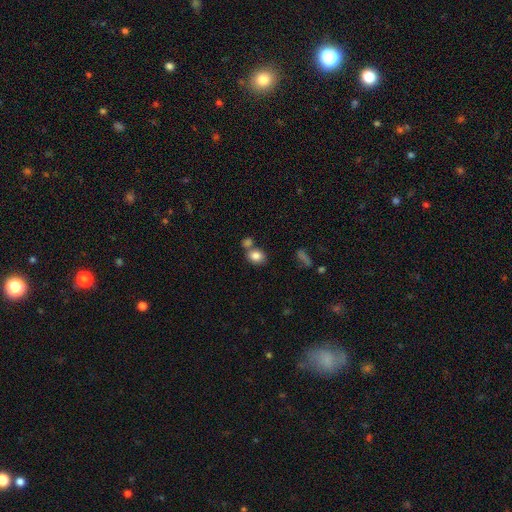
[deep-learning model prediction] Smooth or featured?
  - smooth: 83% *
  - star or artifact: 9%
  - featured or disk: 7%
How rounded?
  - round: 53% *
  - in between: 46%
  - cigar-shaped: 1%
Merging?
  - none: 55% *
  - merger: 30%
  - minor disturbance: 11%
  - major disturbance: 4%